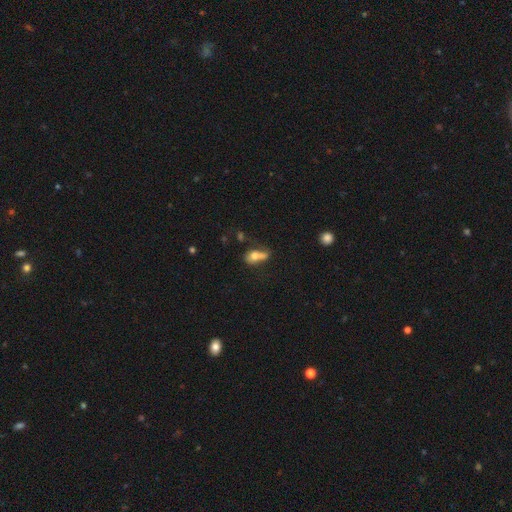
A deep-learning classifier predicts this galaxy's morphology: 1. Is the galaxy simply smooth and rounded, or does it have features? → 65% smooth, 23% featured or disk, 12% star or artifact.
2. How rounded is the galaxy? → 70% in between, 20% round, 10% cigar-shaped.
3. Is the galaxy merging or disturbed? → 40% merger, 25% none, 18% major disturbance, 17% minor disturbance.